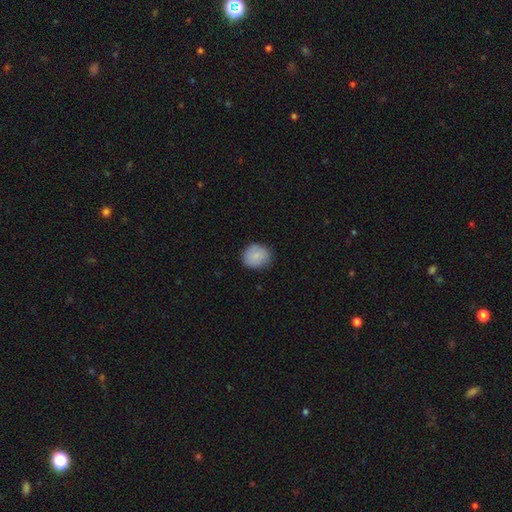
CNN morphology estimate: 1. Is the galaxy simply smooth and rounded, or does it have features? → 85% smooth, 8% featured or disk, 7% star or artifact.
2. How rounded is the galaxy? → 73% round, 26% in between, 1% cigar-shaped.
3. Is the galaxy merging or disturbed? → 84% none, 13% minor disturbance, 3% major disturbance, 1% merger.